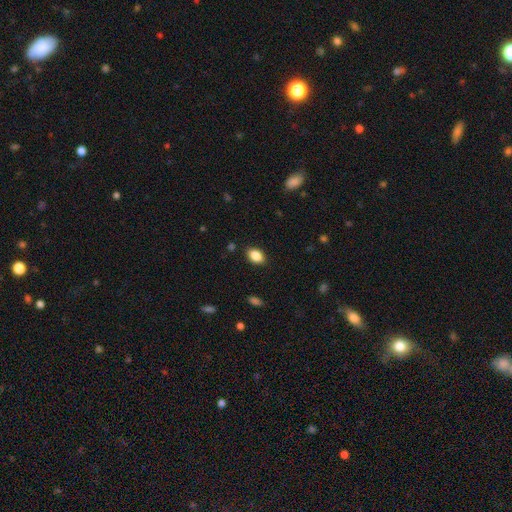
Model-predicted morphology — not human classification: type=smooth (88%); roundness=in between (85%); merging=none (87%).